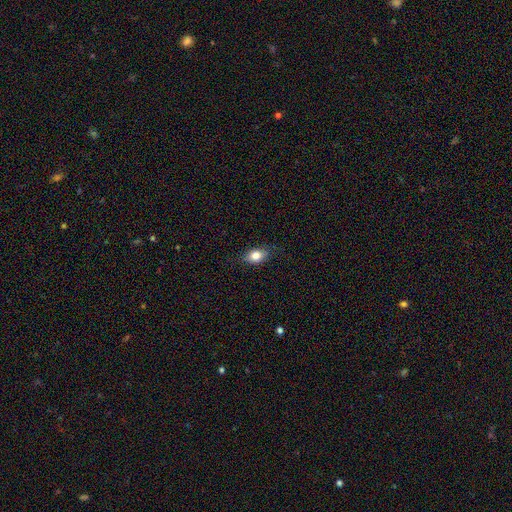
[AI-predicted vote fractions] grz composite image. It shows a smooth galaxy with no disk features (80%) that is in between round and cigar-shaped (81%). Merging: none (81%).